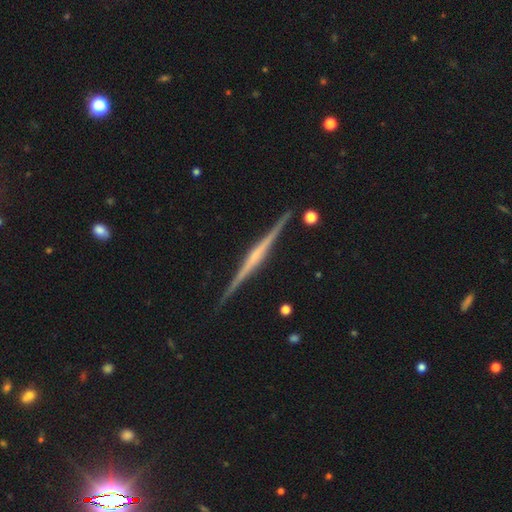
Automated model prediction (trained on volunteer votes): A featured or disk galaxy (84%) viewed edge-on (99%) with a rounded central bulge (49%).

Vote fractions:
- Smooth or featured? featured or disk: 84% / smooth: 11% / star or artifact: 5%
- Edge-on disk? yes: 99% / no: 1%
- Edge-on bulge? rounded: 49% / none: 32% / boxy: 18%
- Merging? none: 91% / minor disturbance: 6% / merger: 1% / major disturbance: 1%